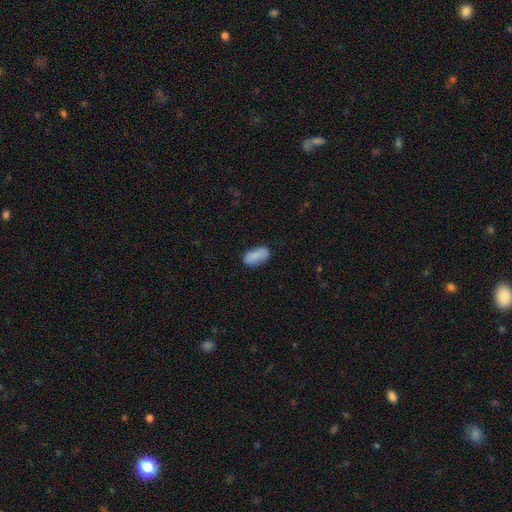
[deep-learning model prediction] smooth-or-featured: smooth: 85% | featured or disk: 8% | star or artifact: 7%
  how-rounded: in between: 89% | cigar-shaped: 8% | round: 3%
  merging: none: 69% | minor disturbance: 22% | major disturbance: 5% | merger: 3%